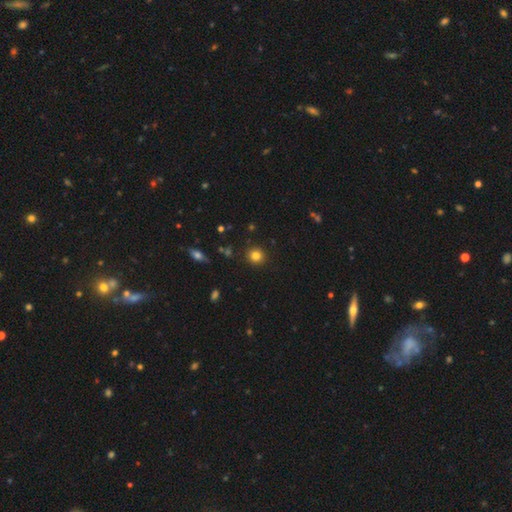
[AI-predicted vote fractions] Smooth or featured? smooth (82%)
How rounded? round (91%)
Merging? none (90%)